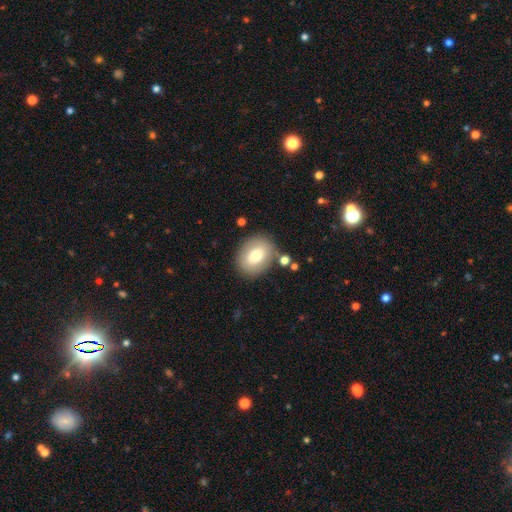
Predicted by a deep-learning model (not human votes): Morphology: type=smooth (73%); roundness=in between (53%); merging=none (79%).